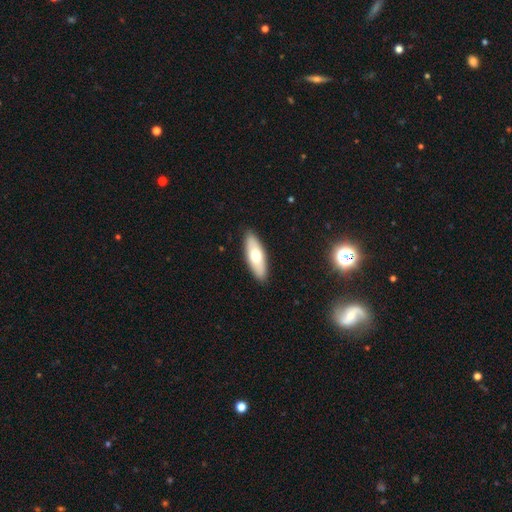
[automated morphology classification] type=smooth (65%); roundness=in between (66%); merging=none (90%).